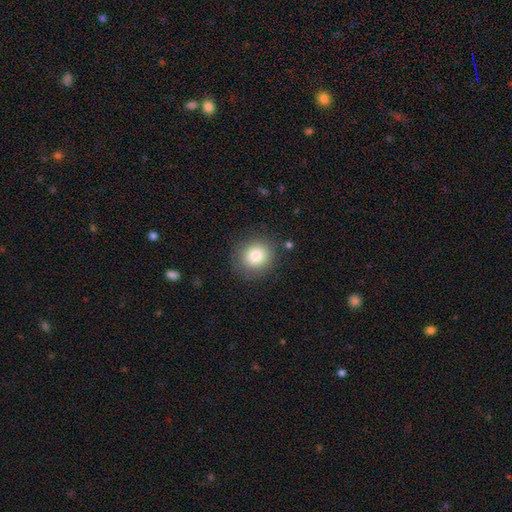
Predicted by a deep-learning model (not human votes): Q: Smooth or featured?
A: smooth (82%); runner-up: star or artifact (10%)
Q: How rounded?
A: round (86%); runner-up: in between (13%)
Q: Merging?
A: none (86%); runner-up: minor disturbance (9%)